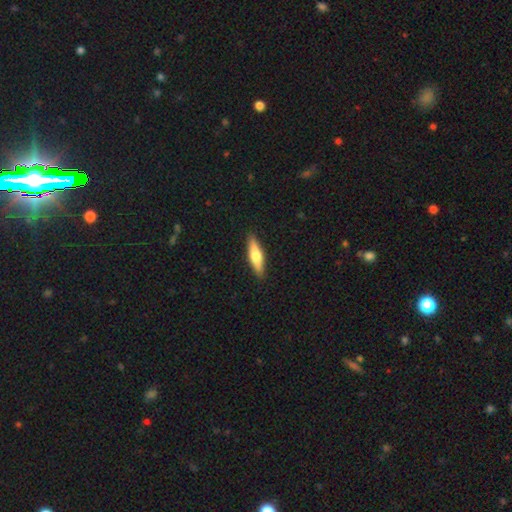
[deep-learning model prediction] This is possibly a smooth galaxy (54%). How rounded: likely cigar-shaped (70%). Merging: clearly none (91%).